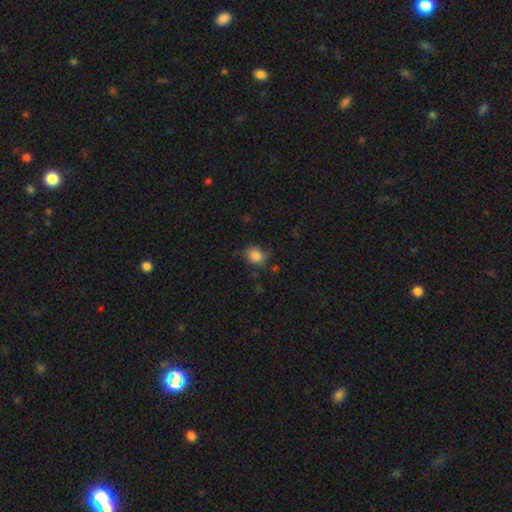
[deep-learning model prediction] smooth-or-featured: smooth: 83% | star or artifact: 10% | featured or disk: 7%
  how-rounded: round: 61% | in between: 38% | cigar-shaped: 1%
  merging: none: 64% | minor disturbance: 26% | major disturbance: 7% | merger: 2%